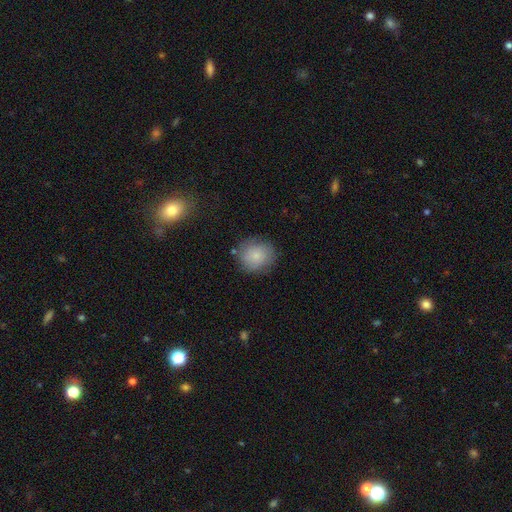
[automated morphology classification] This appears to be a smooth galaxy with no disk features (79%) that is round (85%). Merging: none (78%).